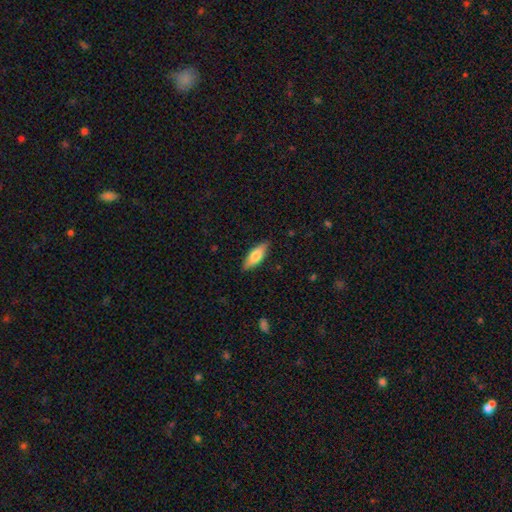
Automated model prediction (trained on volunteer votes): Smooth or featured: smooth — 72% (featured or disk — 23%)
How rounded: in between — 64% (cigar-shaped — 34%)
Merging: none — 87% (minor disturbance — 10%)